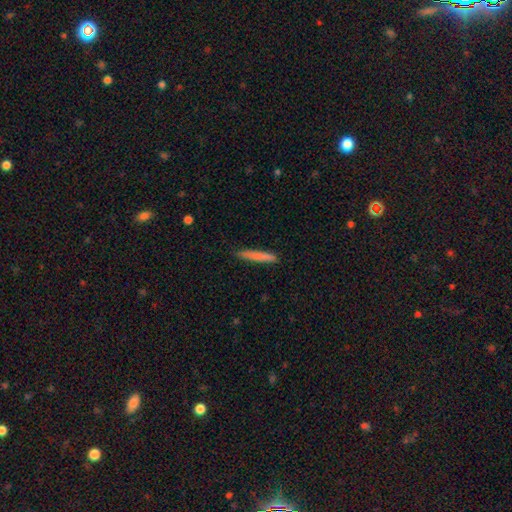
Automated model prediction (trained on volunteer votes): A smooth galaxy with no disk features (76%) that is cigar-shaped (96%).

Vote fractions:
- Smooth or featured? smooth: 76% / featured or disk: 18% / star or artifact: 7%
- How rounded? cigar-shaped: 96% / in between: 3% / round: 1%
- Merging? none: 89% / minor disturbance: 8% / major disturbance: 2% / merger: 1%